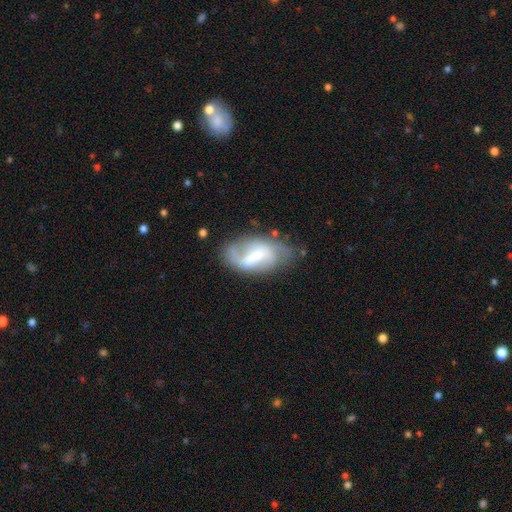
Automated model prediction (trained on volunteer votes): Q: Smooth or featured?
A: featured or disk (72%); runner-up: smooth (21%)
Q: Edge-on disk?
A: no (95%); runner-up: yes (5%)
Q: Bar?
A: weak (51%); runner-up: strong (31%)
Q: Spiral arms?
A: yes (86%); runner-up: no (14%)
Q: Spiral winding?
A: loose (43%); runner-up: medium (40%)
Q: Spiral arm count?
A: 2 (66%); runner-up: can't tell (14%)
Q: Bulge size?
A: moderate (43%); runner-up: small (37%)
Q: Merging?
A: none (60%); runner-up: minor disturbance (24%)